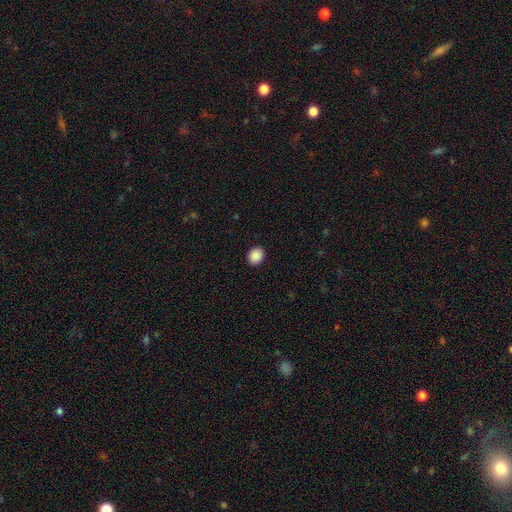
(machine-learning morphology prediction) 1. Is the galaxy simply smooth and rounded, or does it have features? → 89% smooth, 8% star or artifact, 2% featured or disk.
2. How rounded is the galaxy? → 61% round, 39% in between, 1% cigar-shaped.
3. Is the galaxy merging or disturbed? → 91% none, 6% minor disturbance, 2% major disturbance, 1% merger.